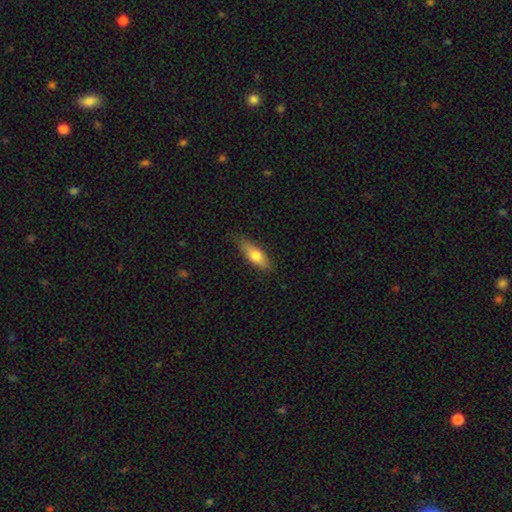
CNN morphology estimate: The model was most divided on "how rounded": in between: 62%, cigar-shaped: 36%, round: 3%. More confident: merging — none (78%); smooth or featured — smooth (72%).